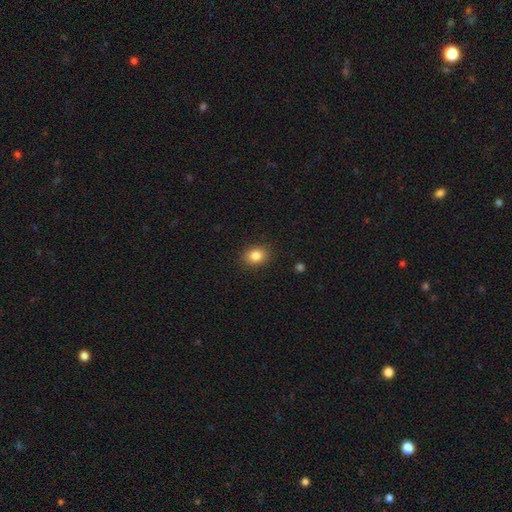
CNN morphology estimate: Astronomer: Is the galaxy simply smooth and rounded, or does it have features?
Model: smooth — 84%.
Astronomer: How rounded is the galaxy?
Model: in between — 58% (runner-up: round, 41%).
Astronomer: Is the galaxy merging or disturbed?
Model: none — 88%.